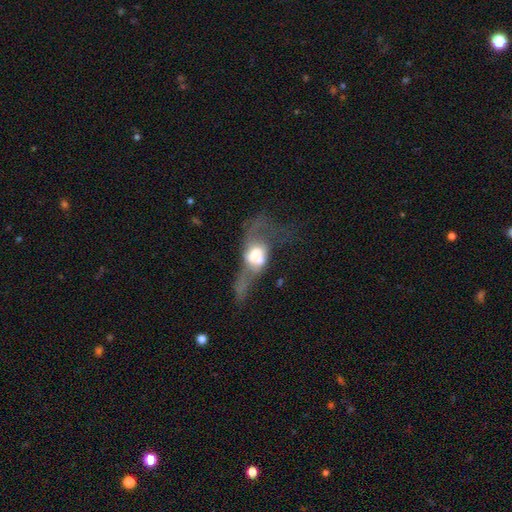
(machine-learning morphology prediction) Smooth or featured: featured or disk — 56% (smooth — 35%)
Edge-on disk: no — 86% (yes — 14%)
Merging: merger — 39% (major disturbance — 36%)